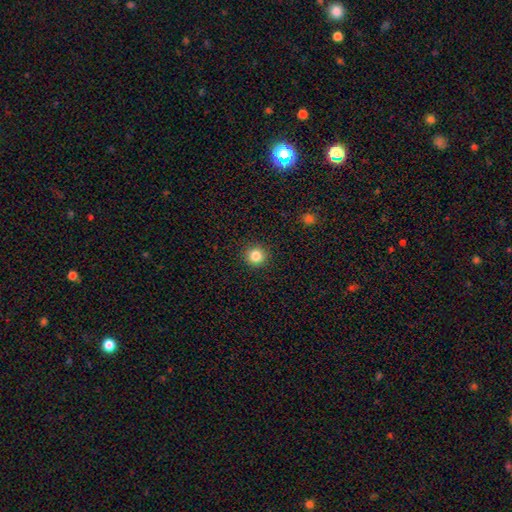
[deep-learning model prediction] A smooth galaxy with no disk features (85%) that is round (94%).

Vote fractions:
- Smooth or featured? smooth: 85% / star or artifact: 11% / featured or disk: 4%
- How rounded? round: 94% / in between: 5% / cigar-shaped: 1%
- Merging? none: 92% / minor disturbance: 5% / major disturbance: 2% / merger: 1%